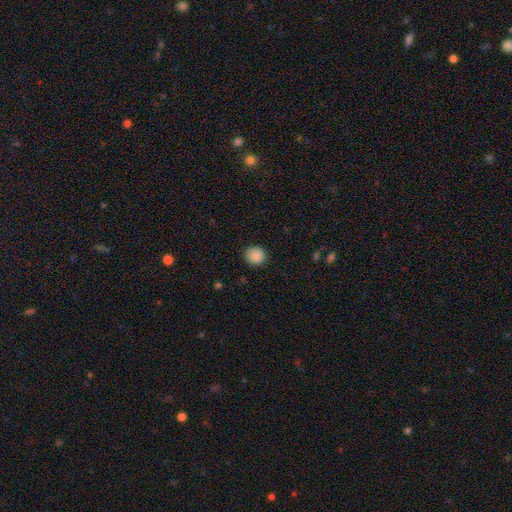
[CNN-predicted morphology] type=smooth (88%); roundness=round (89%); merging=none (88%).